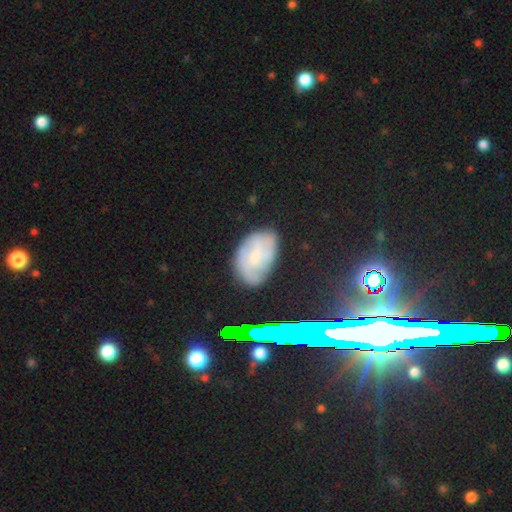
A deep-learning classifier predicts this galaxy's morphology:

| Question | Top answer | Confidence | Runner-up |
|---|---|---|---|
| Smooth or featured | smooth | 48% | featured or disk (39%) |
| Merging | none | 69% | minor disturbance (21%) |